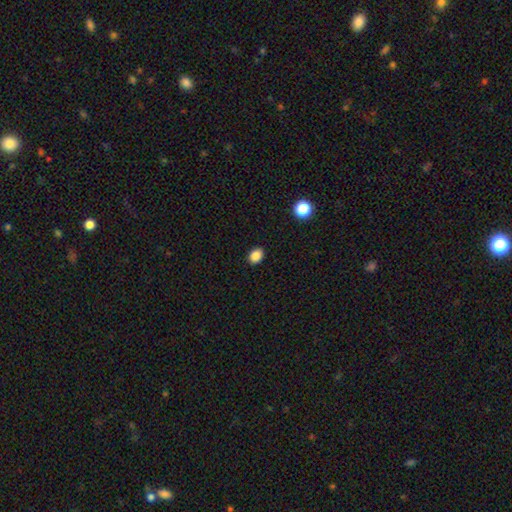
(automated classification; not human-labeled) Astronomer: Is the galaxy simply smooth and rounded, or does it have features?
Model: smooth — 86%.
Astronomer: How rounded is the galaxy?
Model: in between — 58% (runner-up: round, 41%).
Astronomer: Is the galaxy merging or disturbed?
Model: none — 90%.